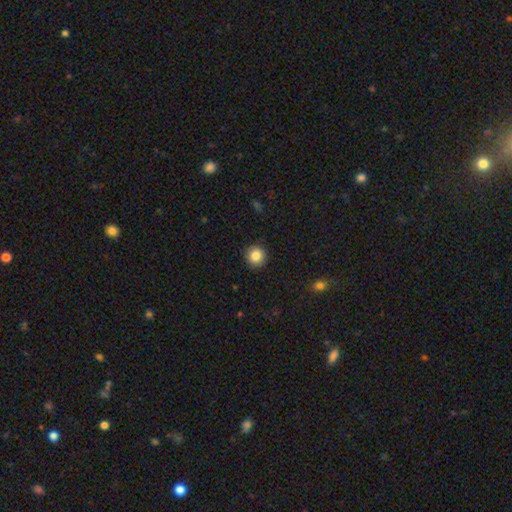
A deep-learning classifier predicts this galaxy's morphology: This is clearly a smooth galaxy (84%). How rounded: clearly round (94%). Merging: clearly none (92%).